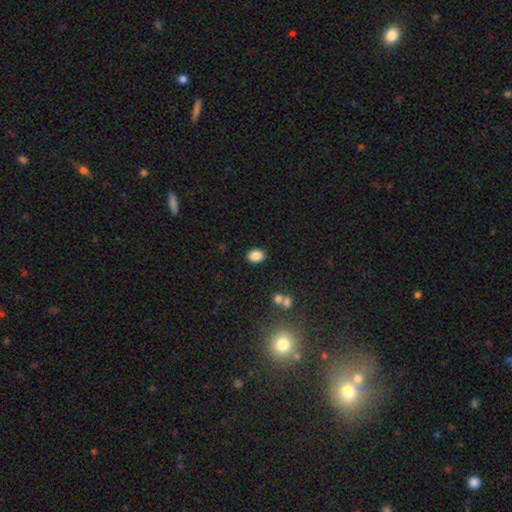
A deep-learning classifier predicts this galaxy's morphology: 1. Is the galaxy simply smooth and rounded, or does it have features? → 86% smooth, 9% star or artifact, 5% featured or disk.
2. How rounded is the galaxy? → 72% in between, 26% round, 1% cigar-shaped.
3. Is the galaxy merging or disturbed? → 88% none, 8% minor disturbance, 2% major disturbance, 2% merger.